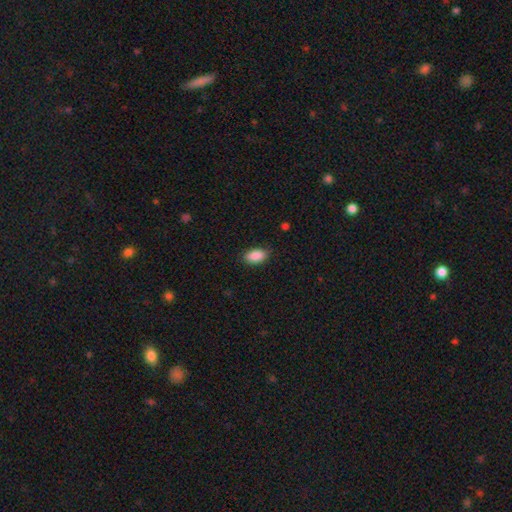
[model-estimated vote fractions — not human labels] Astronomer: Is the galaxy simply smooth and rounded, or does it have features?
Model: smooth — 90%.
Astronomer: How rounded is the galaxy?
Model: in between — 93%.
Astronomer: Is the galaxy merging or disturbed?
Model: none — 87%.